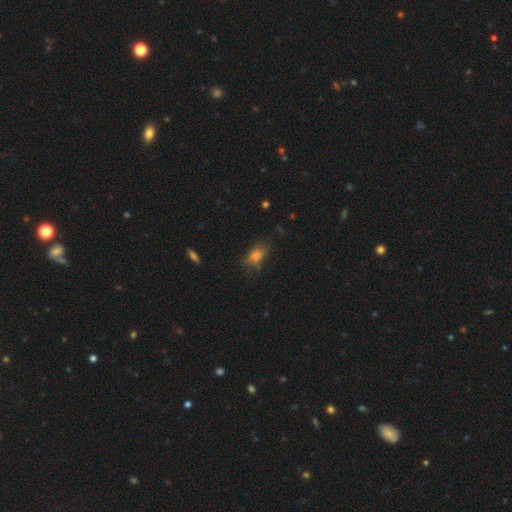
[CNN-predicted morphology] Overall: smooth (71%). How rounded: in between (76%). Merging: none (64%).